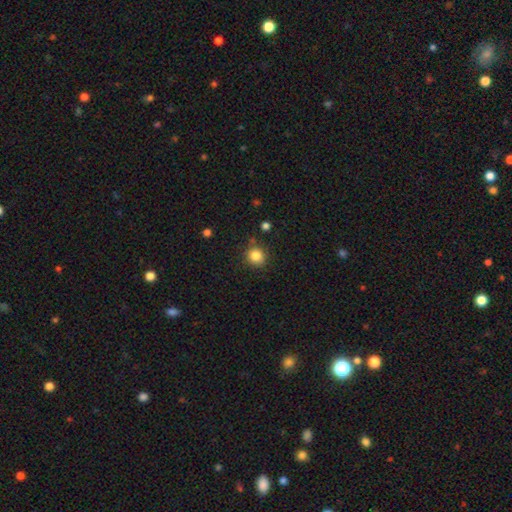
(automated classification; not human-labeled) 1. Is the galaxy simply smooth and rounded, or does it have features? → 84% smooth, 11% star or artifact, 5% featured or disk.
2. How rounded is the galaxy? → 88% round, 11% in between, 1% cigar-shaped.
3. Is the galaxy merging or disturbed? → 85% none, 9% minor disturbance, 3% merger, 3% major disturbance.